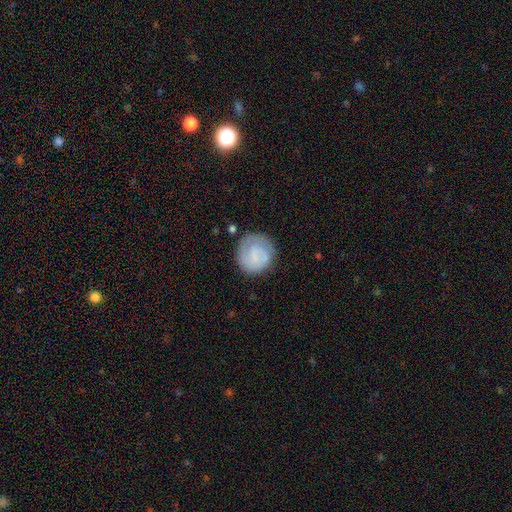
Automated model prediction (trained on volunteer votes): Smooth or featured? smooth (67%)
How rounded? round (90%)
Merging? none (72%)